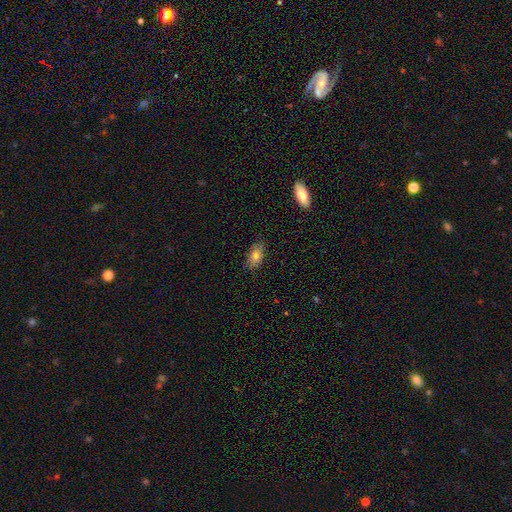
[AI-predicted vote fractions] Smooth or featured?
  - smooth: 74% *
  - featured or disk: 17%
  - star or artifact: 9%
How rounded?
  - in between: 87% *
  - cigar-shaped: 8%
  - round: 6%
Merging?
  - none: 82% *
  - minor disturbance: 15%
  - major disturbance: 2%
  - merger: 1%